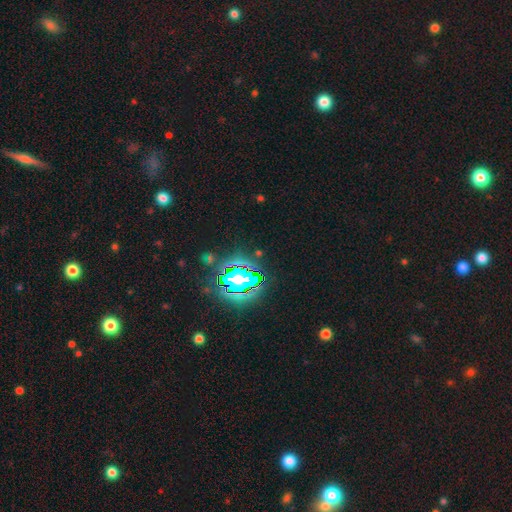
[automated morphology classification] The model was most divided on "smooth or featured": star or artifact: 74%, smooth: 15%, featured or disk: 11%.